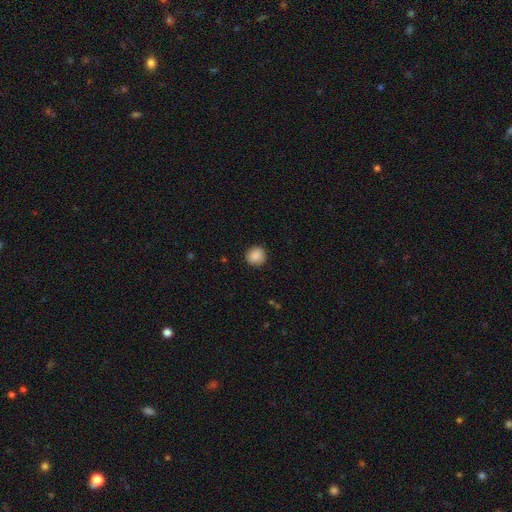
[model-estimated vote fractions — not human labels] Smooth or featured? smooth (88%)
How rounded? round (89%)
Merging? none (87%)